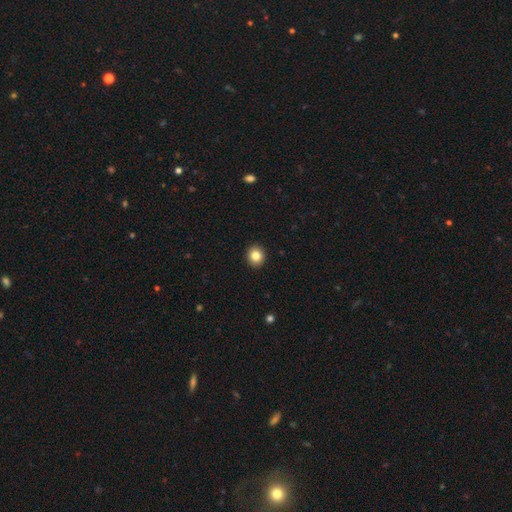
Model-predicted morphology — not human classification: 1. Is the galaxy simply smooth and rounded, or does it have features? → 84% smooth, 10% star or artifact, 7% featured or disk.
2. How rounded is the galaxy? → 84% round, 15% in between, 1% cigar-shaped.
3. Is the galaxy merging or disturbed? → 93% none, 5% minor disturbance, 1% major disturbance, 1% merger.